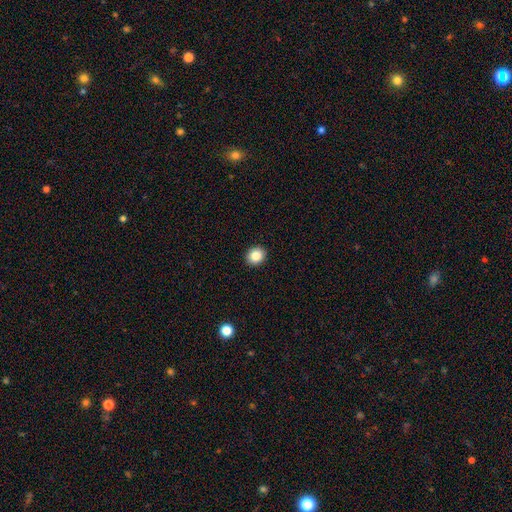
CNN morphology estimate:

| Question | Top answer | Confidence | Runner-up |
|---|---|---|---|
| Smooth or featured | smooth | 86% | star or artifact (9%) |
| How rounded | round | 70% | in between (29%) |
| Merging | none | 92% | minor disturbance (5%) |